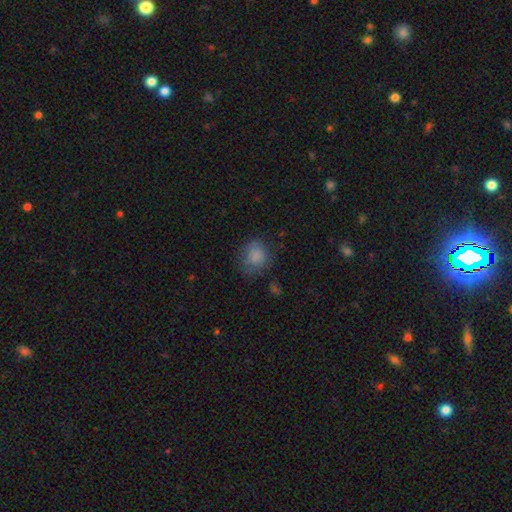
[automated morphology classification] type=smooth (82%); roundness=round (65%); merging=none (63%).